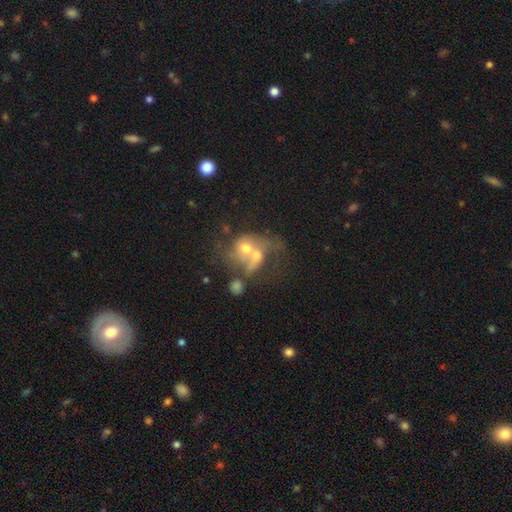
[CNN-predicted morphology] type=featured or disk (48%); merging=merger (71%).